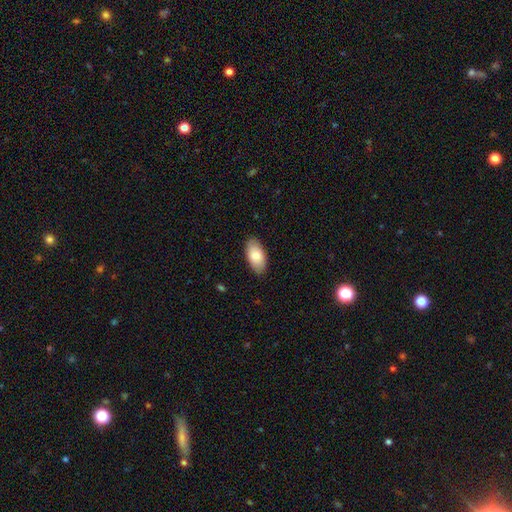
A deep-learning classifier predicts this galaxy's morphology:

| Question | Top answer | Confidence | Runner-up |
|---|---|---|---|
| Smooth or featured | smooth | 82% | featured or disk (12%) |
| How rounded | in between | 95% | cigar-shaped (3%) |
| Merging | none | 87% | minor disturbance (10%) |